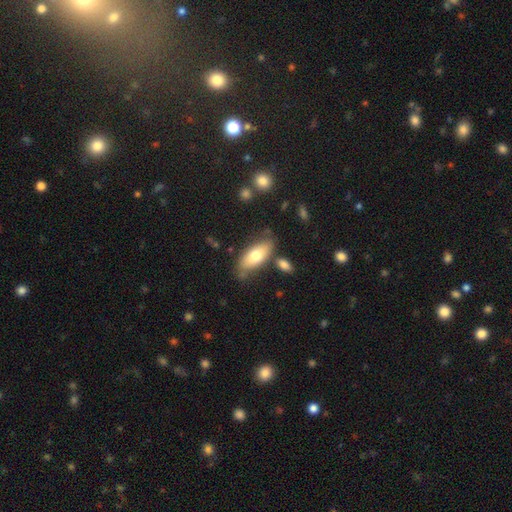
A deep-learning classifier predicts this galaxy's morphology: Smooth or featured? smooth (71%)
How rounded? in between (84%)
Merging? none (70%)